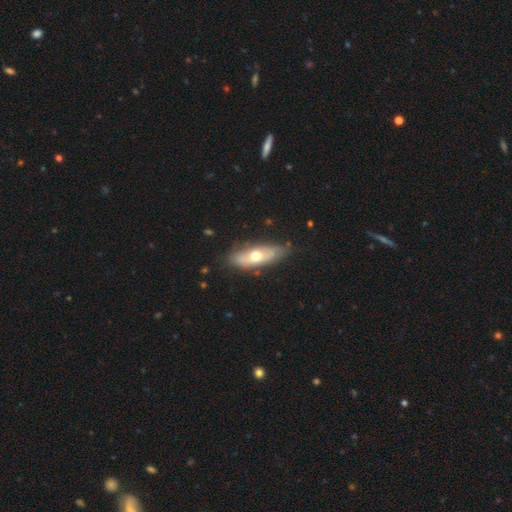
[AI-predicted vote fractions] A smooth galaxy with no disk features (49%).

Vote fractions:
- Smooth or featured? smooth: 49% / featured or disk: 45% / star or artifact: 5%
- Merging? none: 74% / minor disturbance: 19% / major disturbance: 4% / merger: 2%